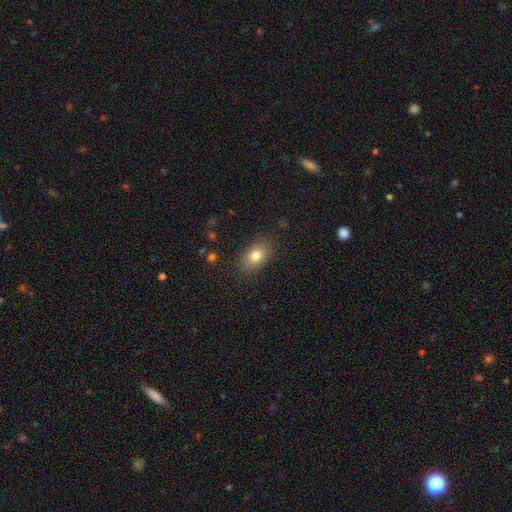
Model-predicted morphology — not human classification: Smooth or featured?
  - smooth: 79% *
  - featured or disk: 12%
  - star or artifact: 9%
How rounded?
  - in between: 85% *
  - round: 12%
  - cigar-shaped: 3%
Merging?
  - none: 84% *
  - minor disturbance: 11%
  - major disturbance: 3%
  - merger: 1%